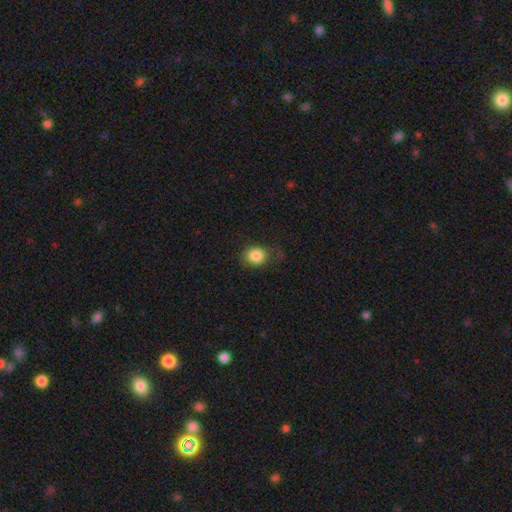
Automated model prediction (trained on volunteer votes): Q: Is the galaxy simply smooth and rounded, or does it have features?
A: smooth — 84%.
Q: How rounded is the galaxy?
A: round — 62%.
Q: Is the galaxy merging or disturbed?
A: none — 65%.